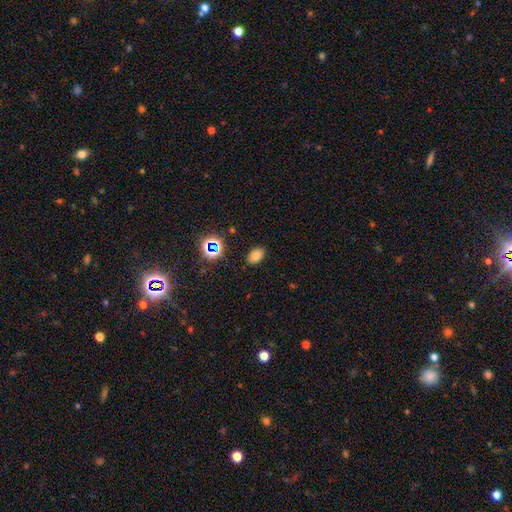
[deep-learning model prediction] A smooth galaxy with no disk features (72%) that is in between round and cigar-shaped (87%). Merging: none (86%).